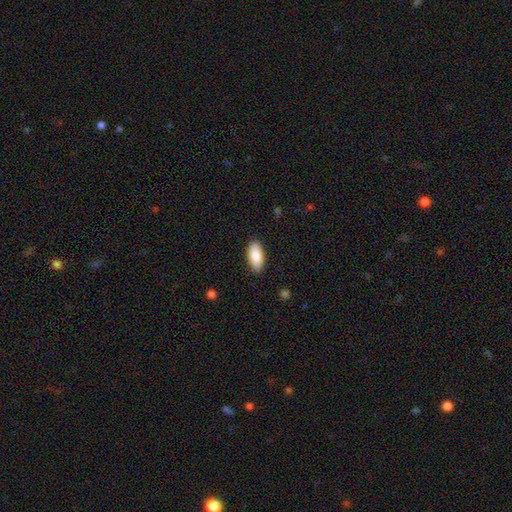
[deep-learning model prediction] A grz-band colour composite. It shows a smooth galaxy with no disk features (88%) that is in between round and cigar-shaped (91%). Merging: none (87%).